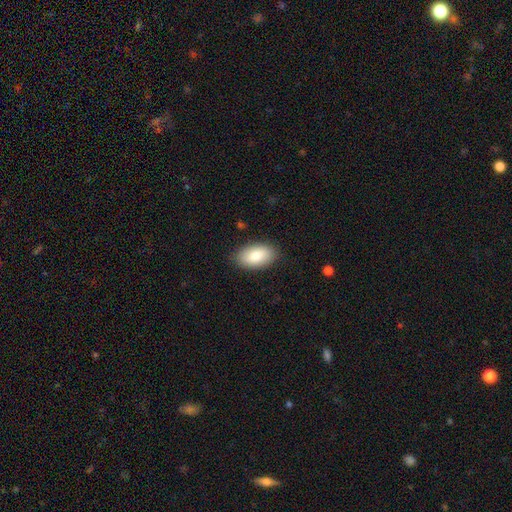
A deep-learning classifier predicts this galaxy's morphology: Q: Smooth or featured?
A: smooth (83%); runner-up: featured or disk (11%)
Q: How rounded?
A: in between (94%); runner-up: round (4%)
Q: Merging?
A: none (86%); runner-up: minor disturbance (10%)